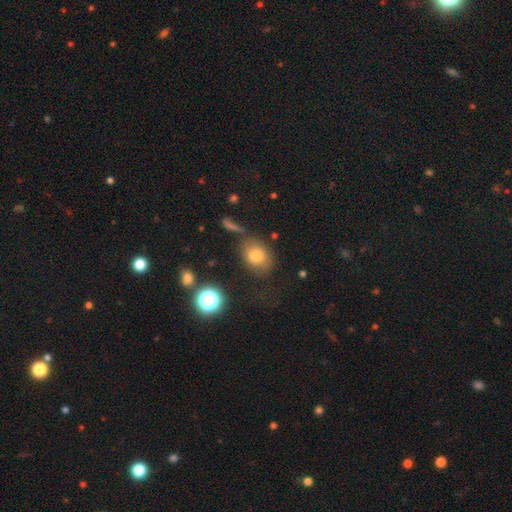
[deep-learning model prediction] Smooth or featured? smooth (75%)
How rounded? in between (59%)
Merging? none (70%)